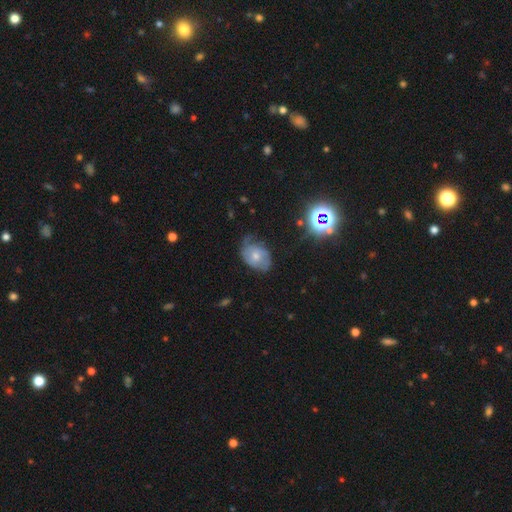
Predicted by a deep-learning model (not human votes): This is possibly a featured or disk galaxy (56%). It is clearly not viewed edge-on (96%). Bar: likely no (75%). Spiral arm pattern: clearly yes (80%). Central bulge: possibly small (48%). Merging: possibly none (48%).